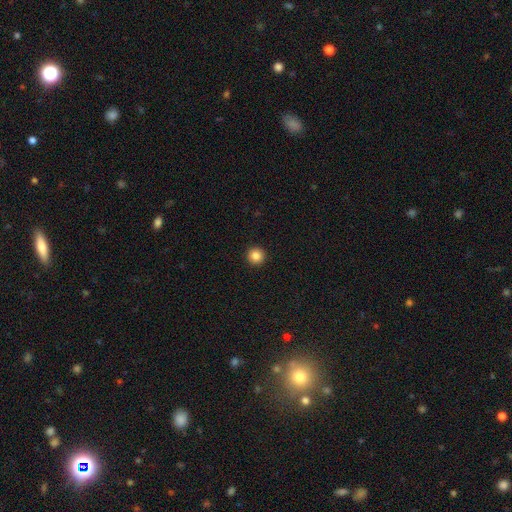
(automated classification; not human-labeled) smooth_or_featured: smooth (p=0.85) [alt: star or artifact p=0.11]
how_rounded: round (p=0.96) [alt: in between p=0.03]
merging: none (p=0.94) [alt: minor disturbance p=0.04]